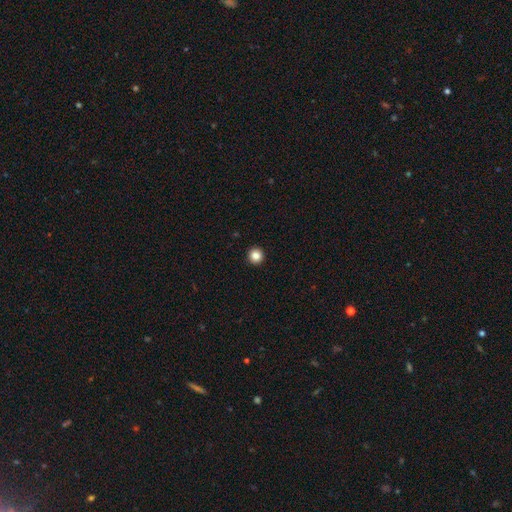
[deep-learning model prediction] Smooth or featured: smooth — 86% (star or artifact — 10%)
How rounded: round — 95% (in between — 4%)
Merging: none — 94% (minor disturbance — 4%)